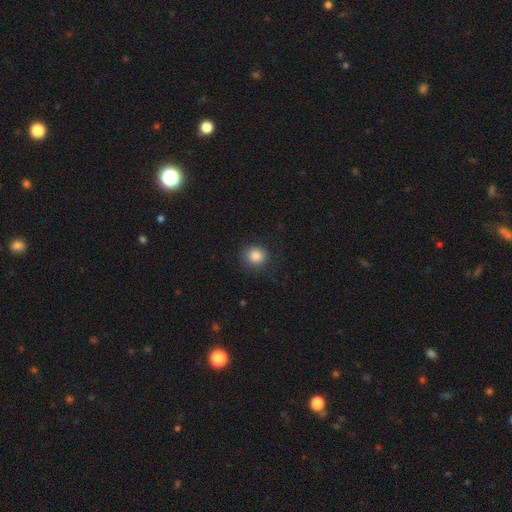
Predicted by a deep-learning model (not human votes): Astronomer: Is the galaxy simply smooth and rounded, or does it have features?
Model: smooth — 86%.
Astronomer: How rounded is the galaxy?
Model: round — 89%.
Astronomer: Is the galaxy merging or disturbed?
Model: none — 86%.